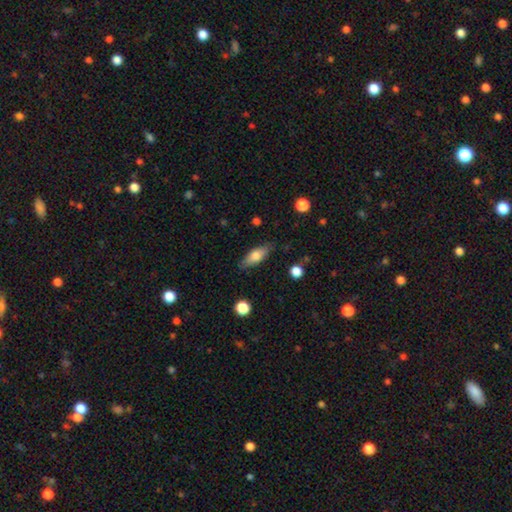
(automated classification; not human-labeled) The model was most divided on "how rounded": in between: 68%, cigar-shaped: 29%, round: 3%. More confident: merging — none (81%); smooth or featured — smooth (69%).